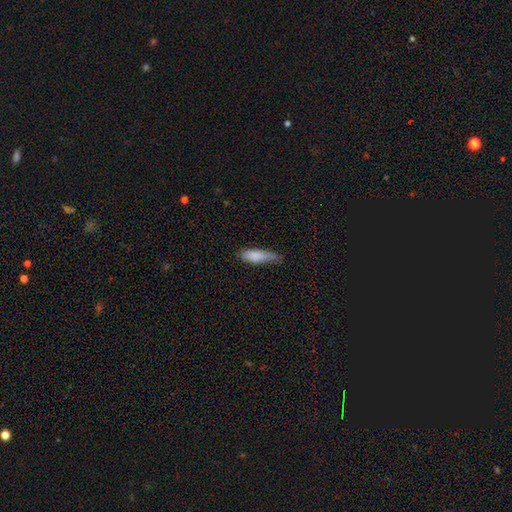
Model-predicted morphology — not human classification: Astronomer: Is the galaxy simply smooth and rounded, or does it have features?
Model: smooth — 82%.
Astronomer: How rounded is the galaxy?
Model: cigar-shaped — 52% (runner-up: in between, 46%).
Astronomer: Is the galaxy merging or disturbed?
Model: none — 47% (runner-up: minor disturbance, 40%).